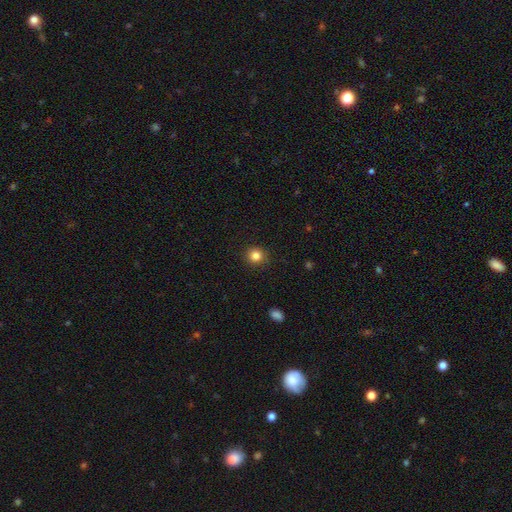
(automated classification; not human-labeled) A smooth galaxy with no disk features (84%) that is round (92%). Merging: none (90%).